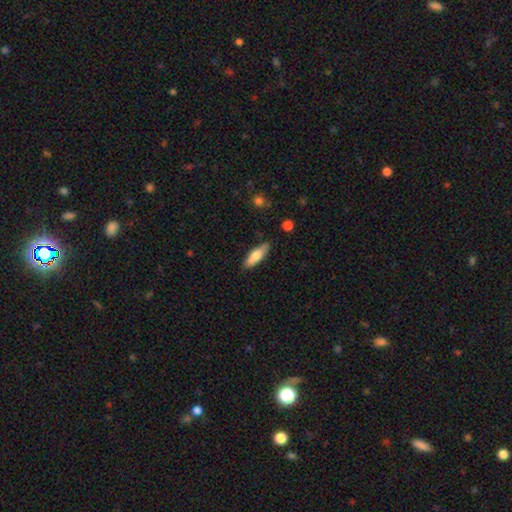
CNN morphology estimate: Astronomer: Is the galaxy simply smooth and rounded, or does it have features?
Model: smooth — 70%.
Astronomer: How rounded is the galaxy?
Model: cigar-shaped — 55% (runner-up: in between, 43%).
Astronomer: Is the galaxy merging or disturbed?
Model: none — 85%.